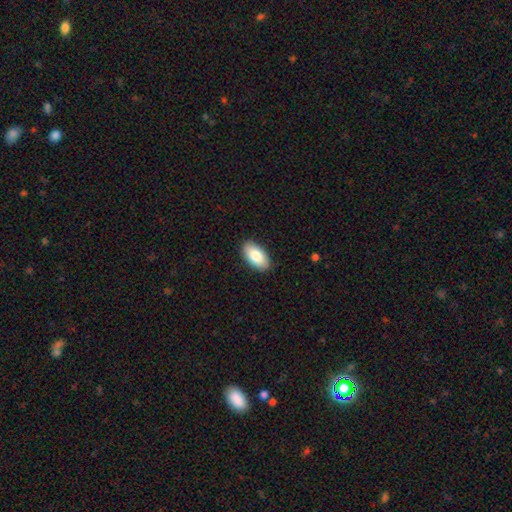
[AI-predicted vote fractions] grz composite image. It shows a smooth galaxy with no disk features (85%) that is in between round and cigar-shaped (95%). Merging: none (89%).